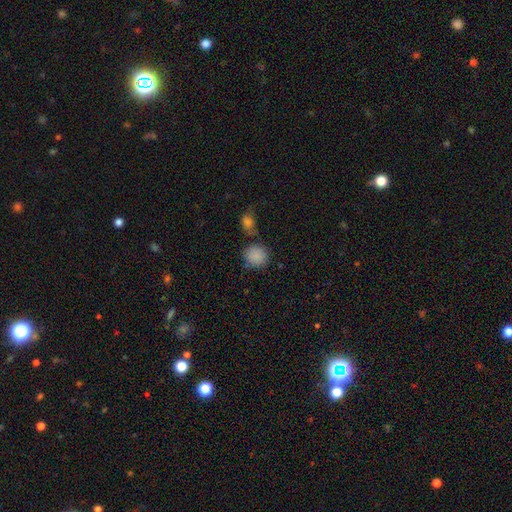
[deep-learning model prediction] Smooth or featured? Predicted: smooth (p=0.86). How rounded? Predicted: round (p=0.85). Merging? Predicted: none (p=0.65).